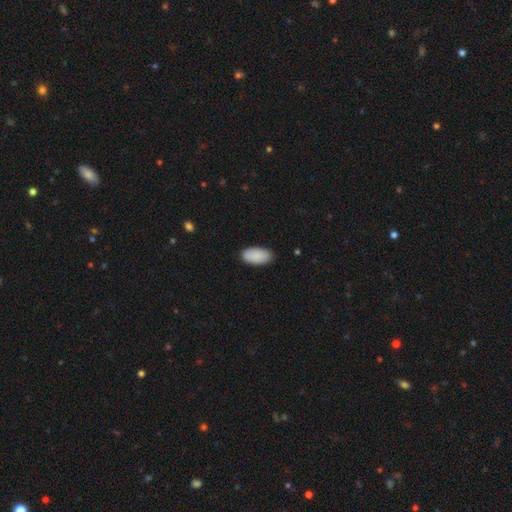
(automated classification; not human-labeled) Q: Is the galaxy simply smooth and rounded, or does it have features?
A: smooth — 90%.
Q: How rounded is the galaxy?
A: in between — 95%.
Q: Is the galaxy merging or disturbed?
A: none — 86%.